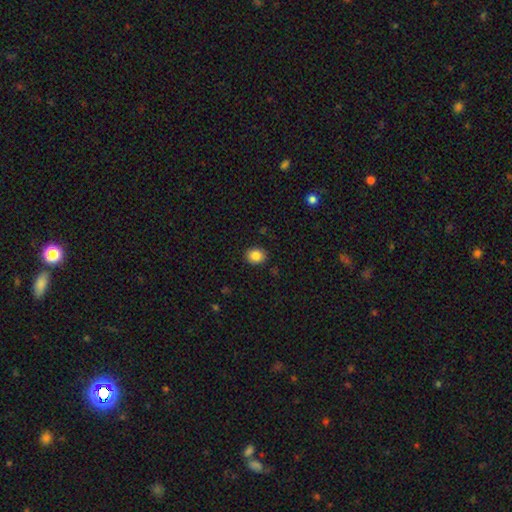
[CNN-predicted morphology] Smooth or featured?
  - smooth: 86% *
  - star or artifact: 9%
  - featured or disk: 5%
How rounded?
  - round: 61% *
  - in between: 38%
  - cigar-shaped: 1%
Merging?
  - none: 90% *
  - minor disturbance: 7%
  - major disturbance: 2%
  - merger: 1%